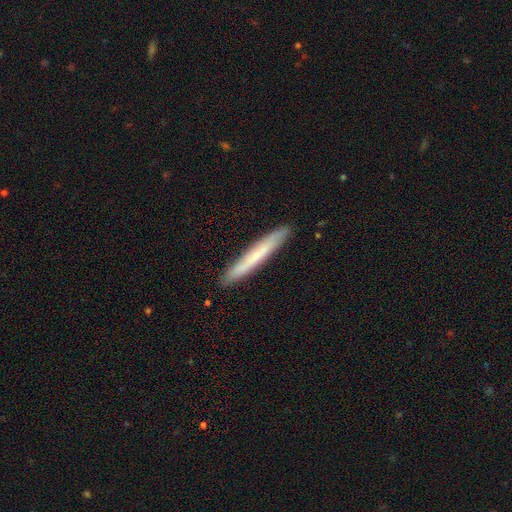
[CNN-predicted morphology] Smooth or featured: smooth — 60% (featured or disk — 35%)
How rounded: cigar-shaped — 96% (in between — 3%)
Merging: none — 91% (minor disturbance — 7%)